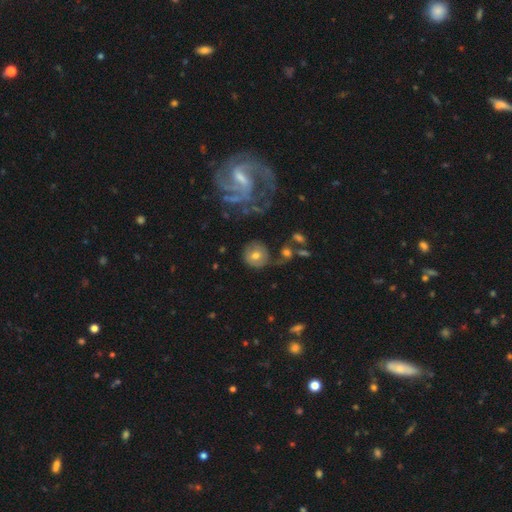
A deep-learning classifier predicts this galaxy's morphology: Smooth or featured?
  - smooth: 59% *
  - featured or disk: 32%
  - star or artifact: 9%
How rounded?
  - round: 89% *
  - in between: 10%
  - cigar-shaped: 1%
Merging?
  - none: 67% *
  - minor disturbance: 16%
  - major disturbance: 11%
  - merger: 6%